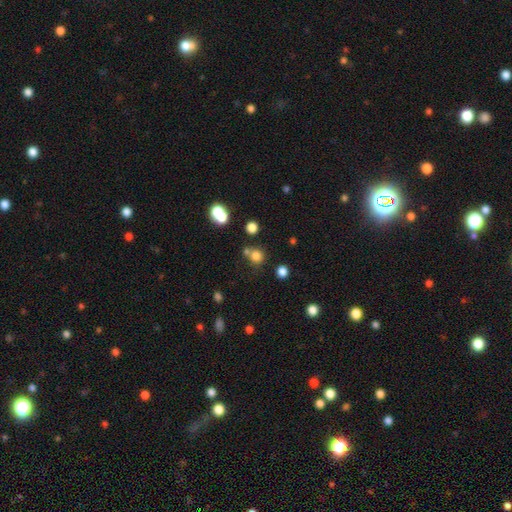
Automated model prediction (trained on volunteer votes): The model was most divided on "merging": none: 67%, merger: 20%, minor disturbance: 9%, major disturbance: 4%. More confident: how rounded — round (90%); smooth or featured — smooth (77%).